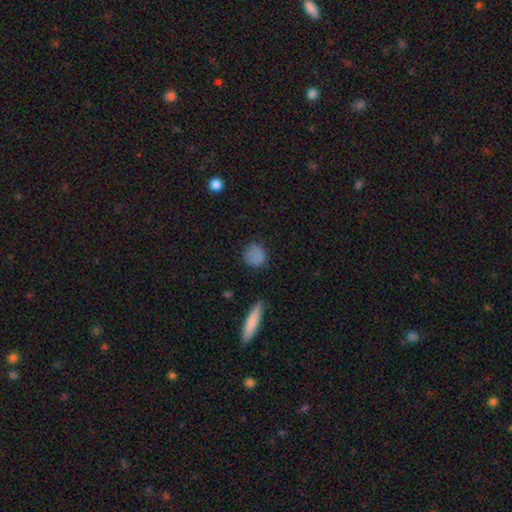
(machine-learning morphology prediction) A smooth galaxy with no disk features (81%) that is round (81%).

Vote fractions:
- Smooth or featured? smooth: 81% / star or artifact: 12% / featured or disk: 7%
- How rounded? round: 81% / in between: 16% / cigar-shaped: 3%
- Merging? none: 75% / minor disturbance: 17% / major disturbance: 5% / merger: 2%